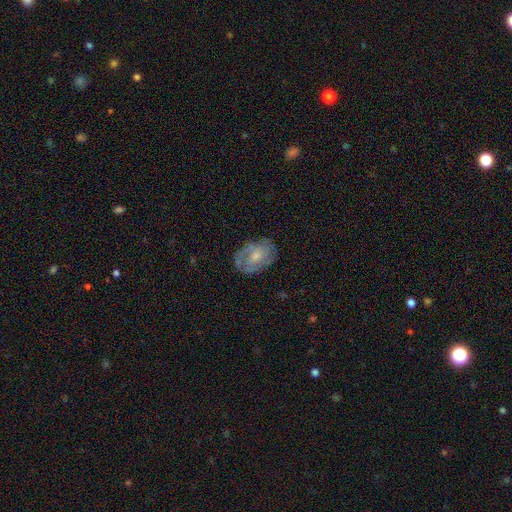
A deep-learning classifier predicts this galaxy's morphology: Smooth or featured: featured or disk — 51% (smooth — 42%)
Edge-on disk: no — 95% (yes — 5%)
Merging: none — 68% (minor disturbance — 22%)